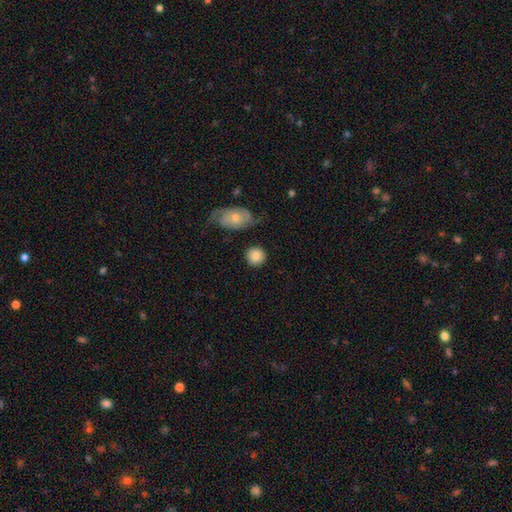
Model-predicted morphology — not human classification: Smooth or featured? Predicted: smooth (p=0.83). How rounded? Predicted: round (p=0.89). Merging? Predicted: none (p=0.80).